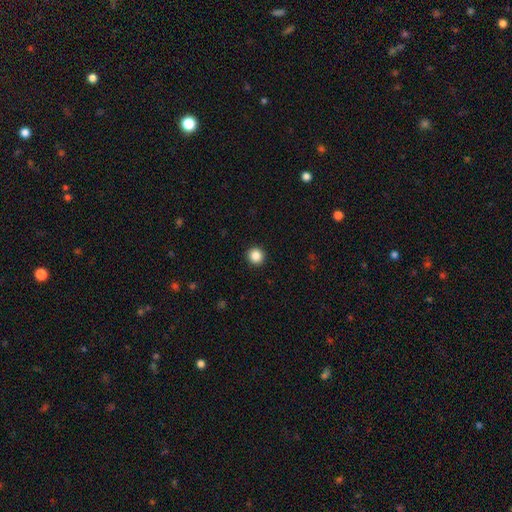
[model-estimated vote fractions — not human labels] Overall: smooth (86%). How rounded: round (94%). Merging: none (93%).